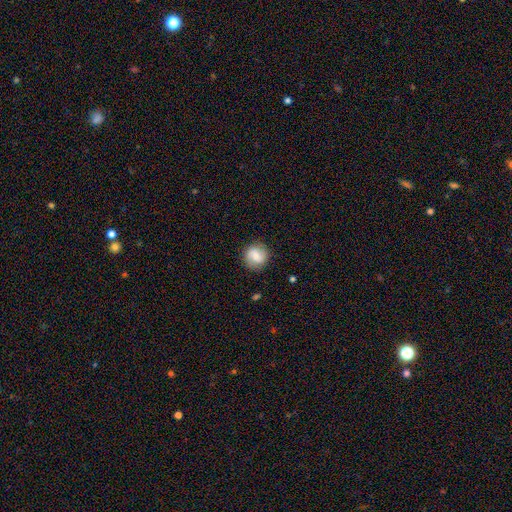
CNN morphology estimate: Overall: smooth (66%; featured or disk 26%). How rounded: round (89%). Merging: none (85%).